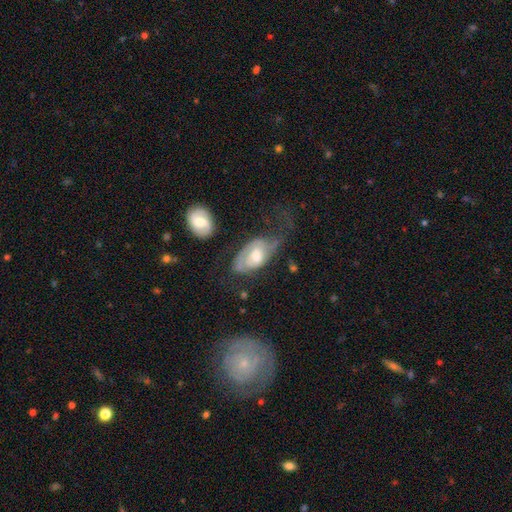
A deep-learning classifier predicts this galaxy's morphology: smooth_or_featured: featured or disk (p=0.69) [alt: smooth p=0.25]
disk_edge_on: no (p=0.93) [alt: yes p=0.07]
bar: no (p=0.53) [alt: weak p=0.39]
has_spiral_arms: yes (p=0.80) [alt: no p=0.20]
spiral_winding: tight (p=0.45) [alt: medium p=0.37]
spiral_arm_count: 2 (p=0.51) [alt: can't tell p=0.27]
bulge_size: moderate (p=0.54) [alt: large p=0.23]
merging: major disturbance (p=0.35) [alt: none p=0.33]